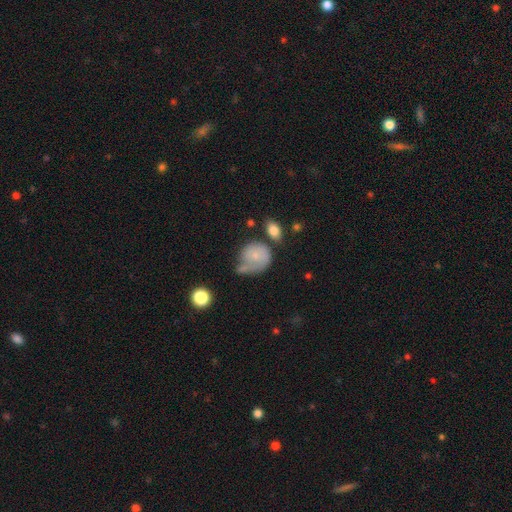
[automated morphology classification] Smooth or featured?
  - smooth: 66% *
  - featured or disk: 26%
  - star or artifact: 8%
How rounded?
  - round: 73% *
  - in between: 26%
  - cigar-shaped: 1%
Merging?
  - none: 33% *
  - minor disturbance: 28%
  - major disturbance: 23%
  - merger: 17%